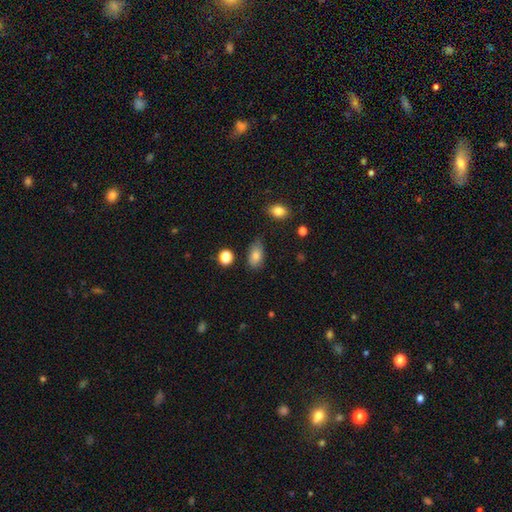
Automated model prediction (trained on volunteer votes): Smooth or featured? Predicted: smooth (p=0.82). How rounded? Predicted: in between (p=0.90). Merging? Predicted: none (p=0.69).